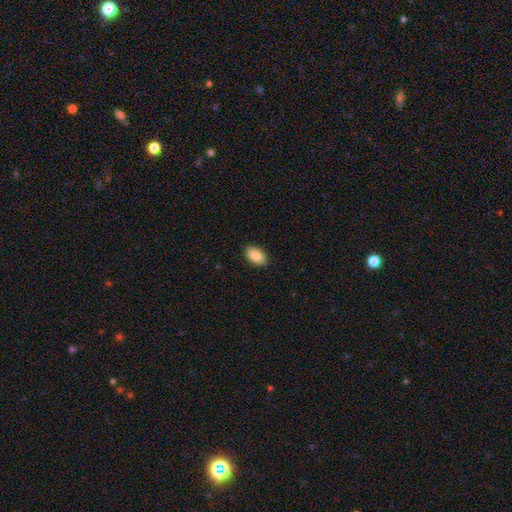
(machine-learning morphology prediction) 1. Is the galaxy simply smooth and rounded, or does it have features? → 89% smooth, 7% star or artifact, 5% featured or disk.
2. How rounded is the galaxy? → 94% in between, 5% round, 2% cigar-shaped.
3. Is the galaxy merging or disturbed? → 89% none, 8% minor disturbance, 2% major disturbance, 1% merger.